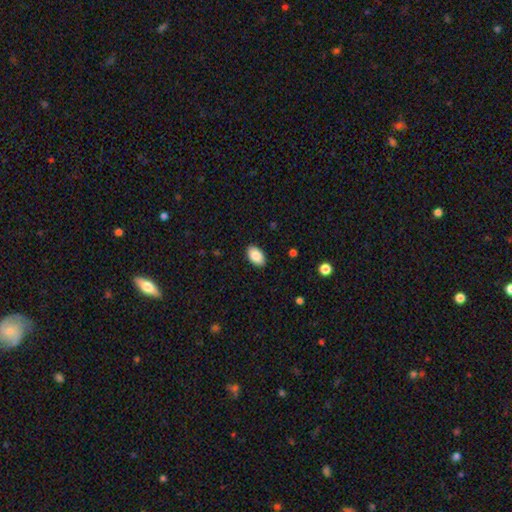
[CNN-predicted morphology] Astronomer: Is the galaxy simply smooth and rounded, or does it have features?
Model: smooth — 87%.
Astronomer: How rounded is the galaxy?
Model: in between — 94%.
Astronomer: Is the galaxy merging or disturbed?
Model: none — 89%.